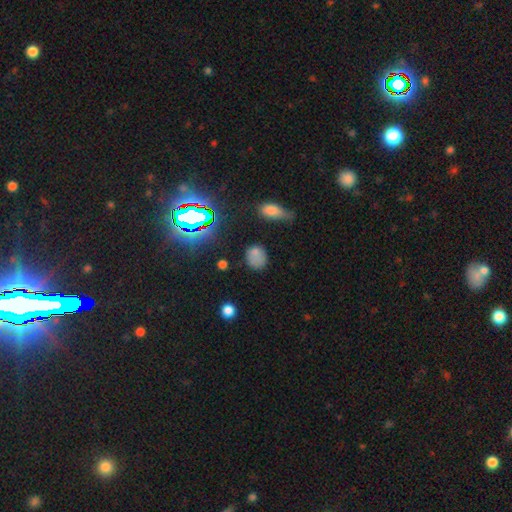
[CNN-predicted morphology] Smooth or featured? smooth (71%)
How rounded? round (59%)
Merging? none (66%)